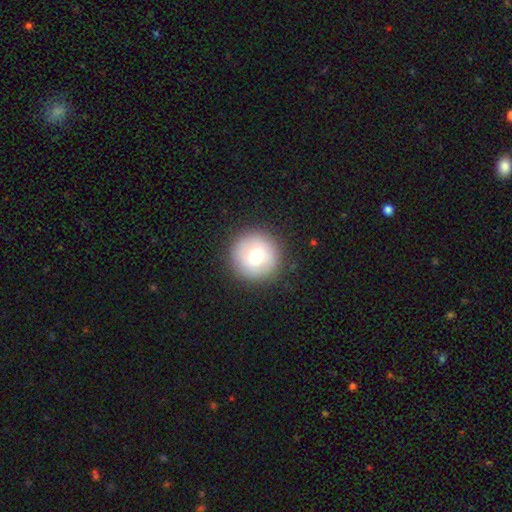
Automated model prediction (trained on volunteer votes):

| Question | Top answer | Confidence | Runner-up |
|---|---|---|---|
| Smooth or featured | smooth | 68% | featured or disk (23%) |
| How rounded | round | 96% | in between (3%) |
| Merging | none | 89% | minor disturbance (7%) |